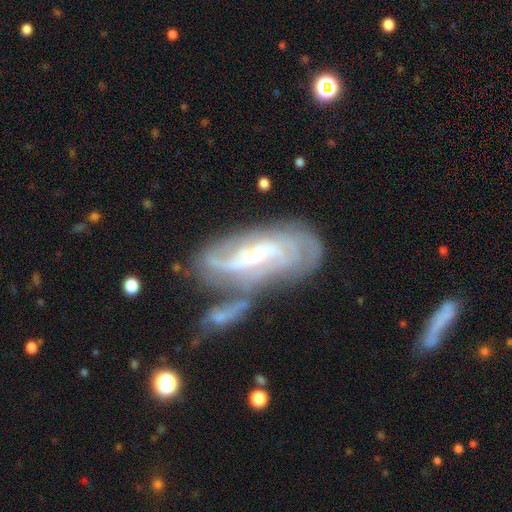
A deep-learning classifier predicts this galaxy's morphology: A featured or disk galaxy (84%) with a weak bar (42%), tight (46%) spiral arms (94%) and a small central bulge (68%). Merging: none (38%).